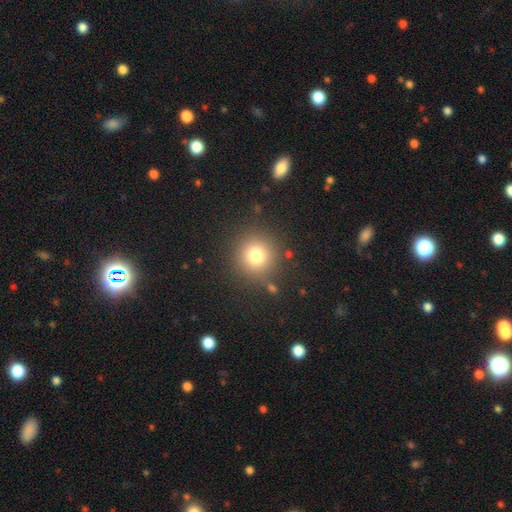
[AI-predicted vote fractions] Smooth or featured?
  - smooth: 77% *
  - star or artifact: 15%
  - featured or disk: 9%
How rounded?
  - round: 94% *
  - in between: 5%
  - cigar-shaped: 1%
Merging?
  - none: 86% *
  - minor disturbance: 8%
  - major disturbance: 4%
  - merger: 3%